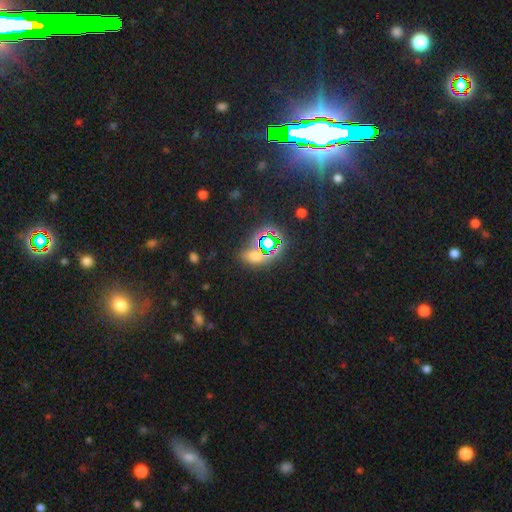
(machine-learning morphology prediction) smooth_or_featured: star or artifact (p=0.51) [alt: smooth p=0.40]